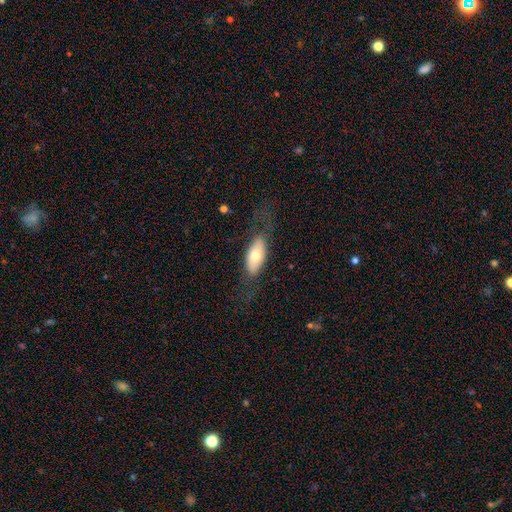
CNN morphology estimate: smooth-or-featured: smooth: 64% | featured or disk: 30% | star or artifact: 6%
  how-rounded: in between: 85% | cigar-shaped: 12% | round: 3%
  merging: none: 64% | minor disturbance: 19% | major disturbance: 16% | merger: 2%